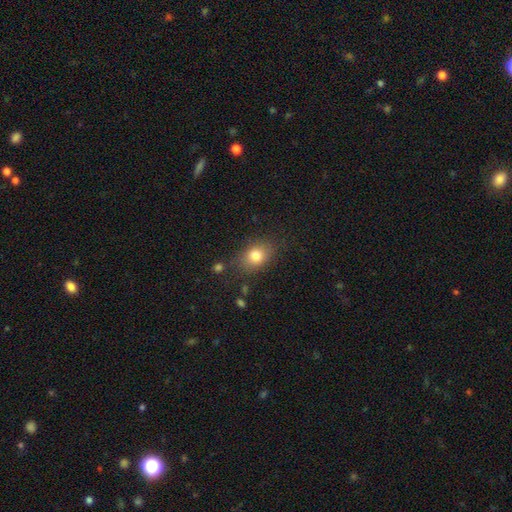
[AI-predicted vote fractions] Smooth or featured? smooth (80%)
How rounded? in between (65%)
Merging? none (76%)